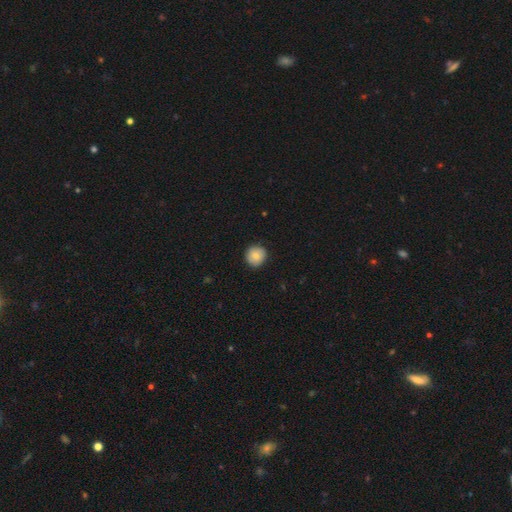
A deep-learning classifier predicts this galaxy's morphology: smooth-or-featured: smooth: 81% | featured or disk: 10% | star or artifact: 8%
  how-rounded: round: 92% | in between: 7% | cigar-shaped: 1%
  merging: none: 87% | minor disturbance: 10% | major disturbance: 2% | merger: 1%